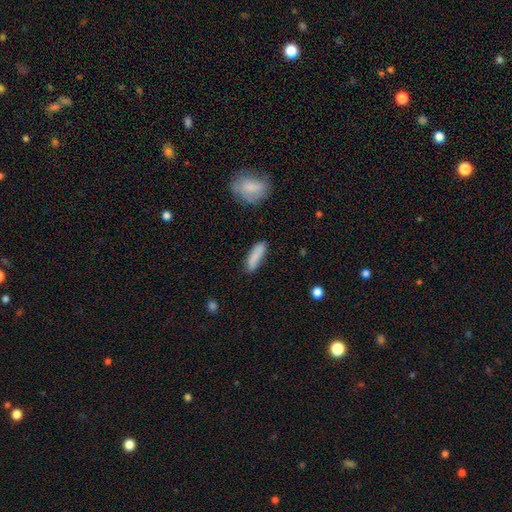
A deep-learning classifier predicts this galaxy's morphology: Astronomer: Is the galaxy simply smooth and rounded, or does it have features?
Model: smooth — 84%.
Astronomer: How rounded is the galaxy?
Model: cigar-shaped — 58% (runner-up: in between, 40%).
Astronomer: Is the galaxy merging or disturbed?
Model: none — 77%.